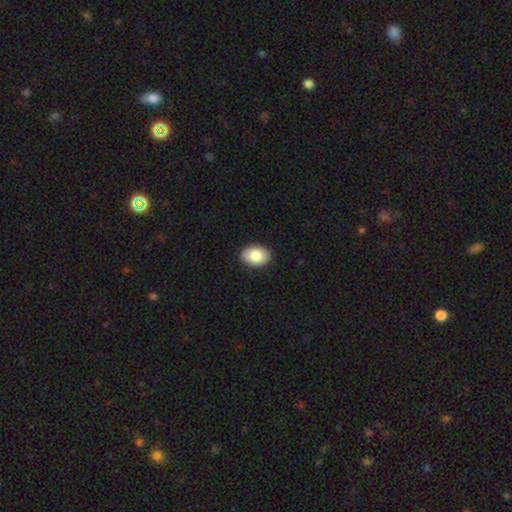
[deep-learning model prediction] The model was most divided on "how rounded": in between: 82%, round: 17%, cigar-shaped: 1%. More confident: merging — none (89%); smooth or featured — smooth (84%).